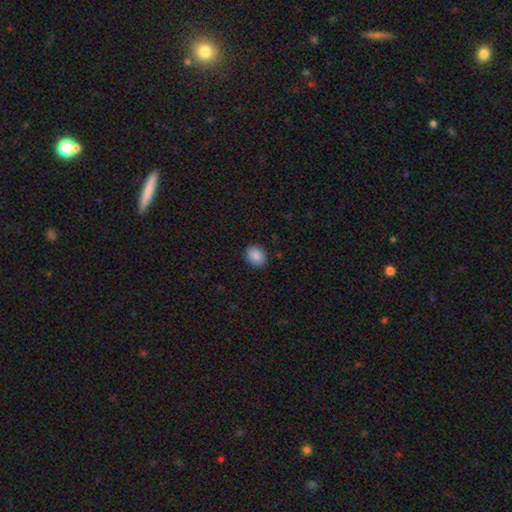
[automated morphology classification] Overall: smooth (89%). How rounded: in between (57%; round 42%). Merging: none (89%).